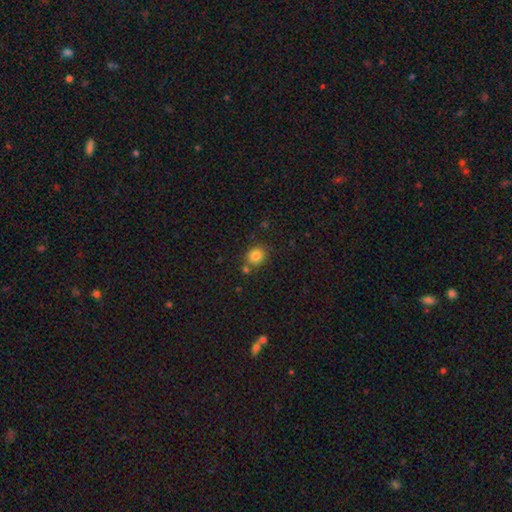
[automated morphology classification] This is clearly a smooth galaxy (83%). How rounded: likely round (73%). Merging: likely none (73%).